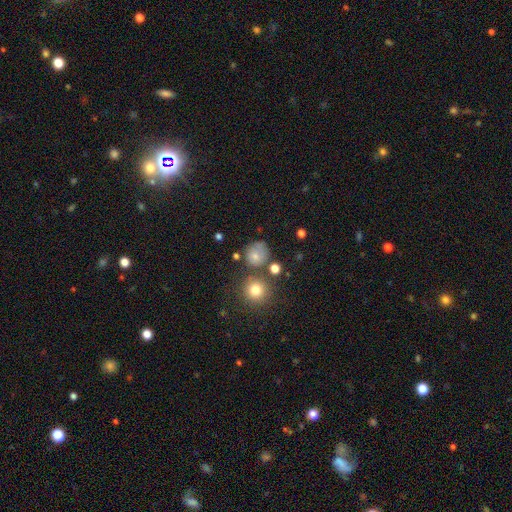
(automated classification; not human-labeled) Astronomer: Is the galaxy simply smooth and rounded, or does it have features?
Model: smooth — 72%.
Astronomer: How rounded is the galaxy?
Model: round — 85%.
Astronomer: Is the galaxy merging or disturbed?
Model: none — 61%.